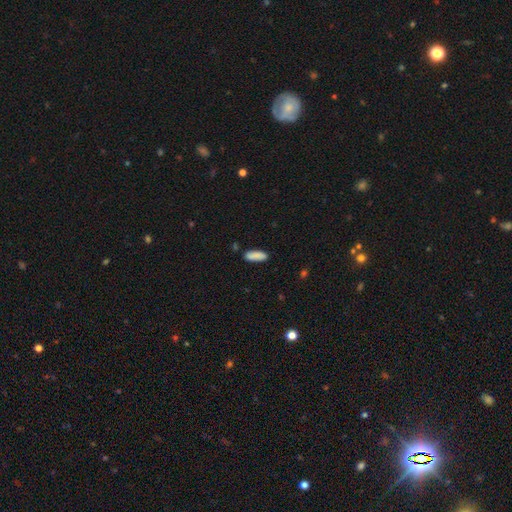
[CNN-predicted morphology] Smooth or featured?
  - smooth: 89% *
  - star or artifact: 6%
  - featured or disk: 4%
How rounded?
  - in between: 64% *
  - cigar-shaped: 34%
  - round: 2%
Merging?
  - none: 86% *
  - minor disturbance: 10%
  - major disturbance: 2%
  - merger: 2%